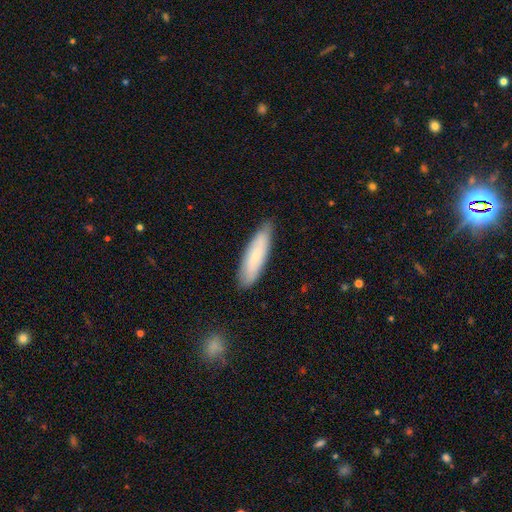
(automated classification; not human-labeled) smooth_or_featured: smooth (p=0.68) [alt: featured or disk p=0.26]
how_rounded: cigar-shaped (p=0.63) [alt: in between p=0.35]
merging: none (p=0.82) [alt: minor disturbance p=0.14]